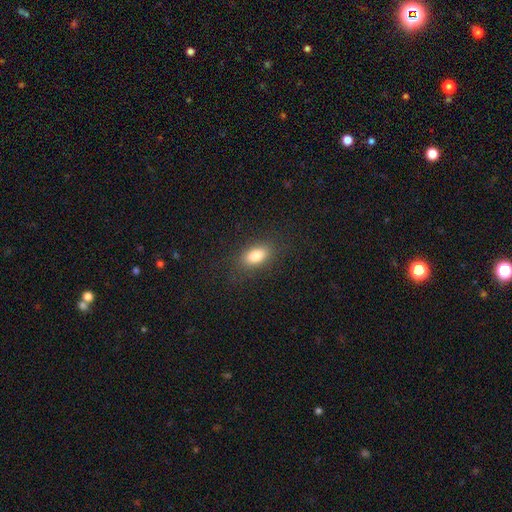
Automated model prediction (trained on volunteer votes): Smooth or featured? smooth (83%)
How rounded? in between (88%)
Merging? none (85%)